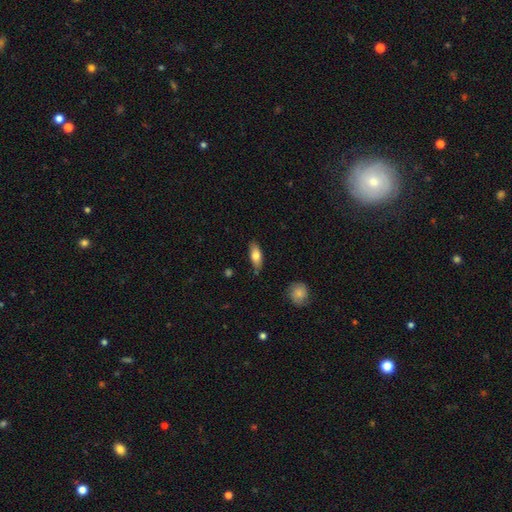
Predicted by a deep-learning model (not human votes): smooth 74%, featured or disk 20%, star or artifact 6%. Down the decision tree: how rounded — in between (75%); merging — none (81%).